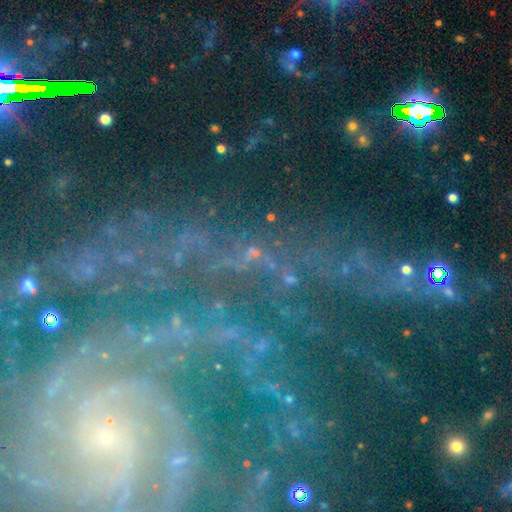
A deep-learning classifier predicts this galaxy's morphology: Q: Smooth or featured?
A: star or artifact (53%); runner-up: featured or disk (36%)